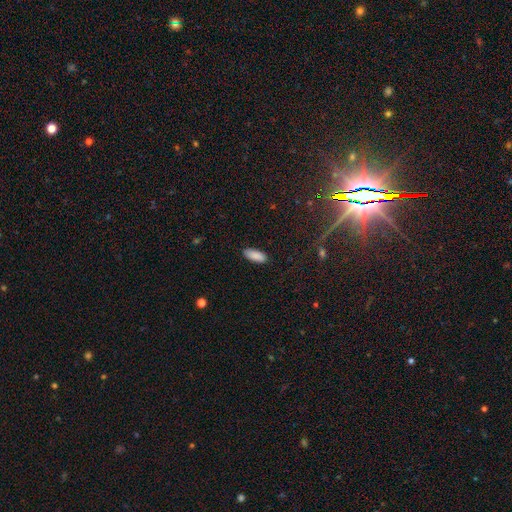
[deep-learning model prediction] Smooth or featured?
  - smooth: 89% *
  - star or artifact: 7%
  - featured or disk: 4%
How rounded?
  - in between: 83% *
  - cigar-shaped: 15%
  - round: 2%
Merging?
  - none: 88% *
  - minor disturbance: 9%
  - major disturbance: 2%
  - merger: 1%